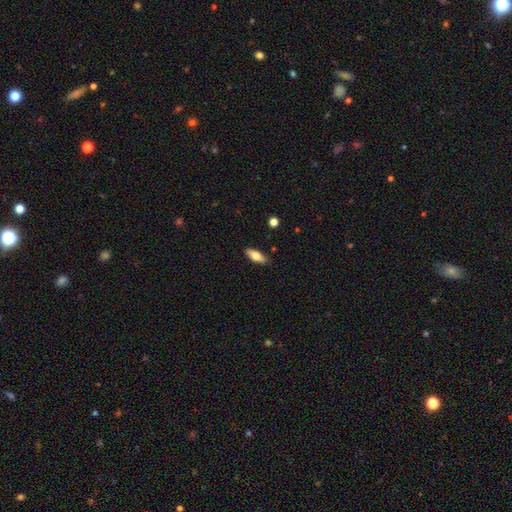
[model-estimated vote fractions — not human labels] Smooth or featured? smooth (71%)
How rounded? in between (72%)
Merging? none (86%)